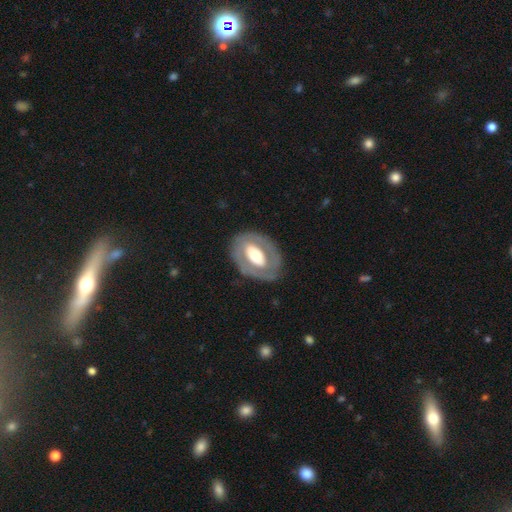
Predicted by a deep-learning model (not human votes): A featured or disk galaxy (61%) with no bar (57%), no spiral arms (75%) and a moderate central bulge (53%). Merging: none (79%).